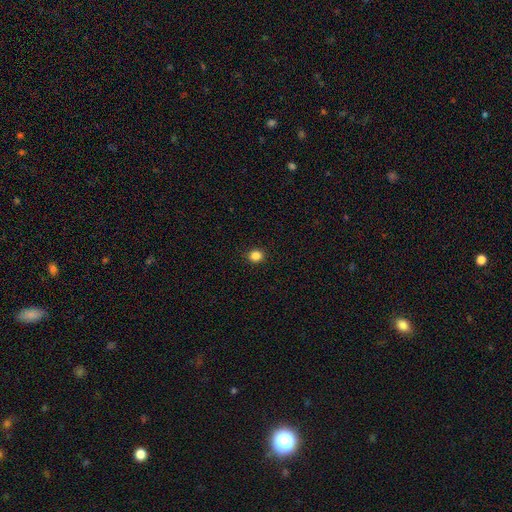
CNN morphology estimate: A smooth galaxy with no disk features (85%) that is round (82%).

Vote fractions:
- Smooth or featured? smooth: 85% / star or artifact: 12% / featured or disk: 3%
- How rounded? round: 82% / in between: 17% / cigar-shaped: 1%
- Merging? none: 92% / minor disturbance: 6% / major disturbance: 2% / merger: 1%